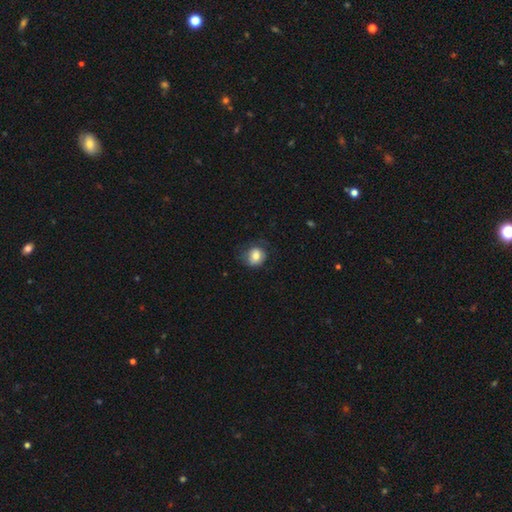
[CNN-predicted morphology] smooth_or_featured: smooth (p=0.77) [alt: featured or disk p=0.14]
how_rounded: round (p=0.64) [alt: in between p=0.35]
merging: none (p=0.64) [alt: minor disturbance p=0.24]